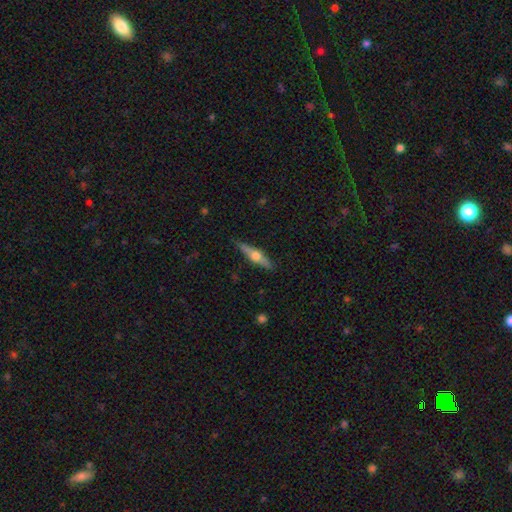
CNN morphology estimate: Overall: featured or disk (64%; smooth 30%). Edge-on disk: yes (95%). Edge-on bulge: rounded (95%). Merging: none (86%).